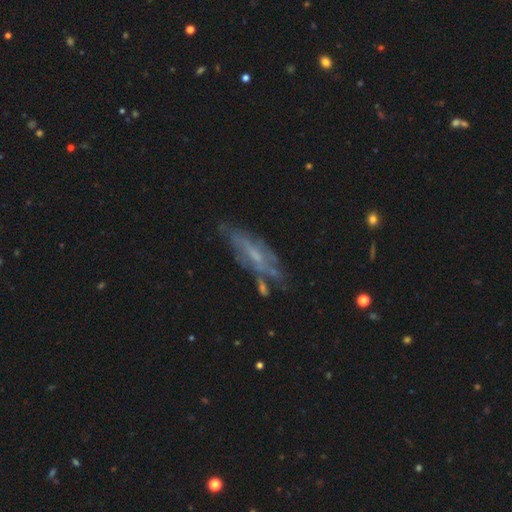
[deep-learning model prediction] Q: Smooth or featured?
A: featured or disk (65%); runner-up: smooth (25%)
Q: Edge-on disk?
A: no (64%); runner-up: yes (36%)
Q: Merging?
A: none (57%); runner-up: minor disturbance (23%)